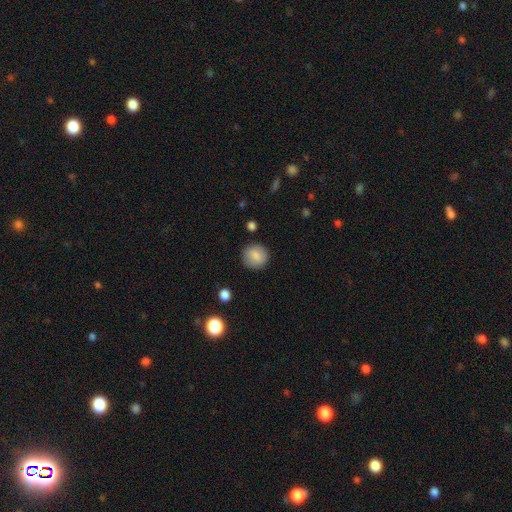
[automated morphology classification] Smooth or featured: smooth — 81% (featured or disk — 11%)
How rounded: round — 86% (in between — 13%)
Merging: none — 86% (minor disturbance — 9%)